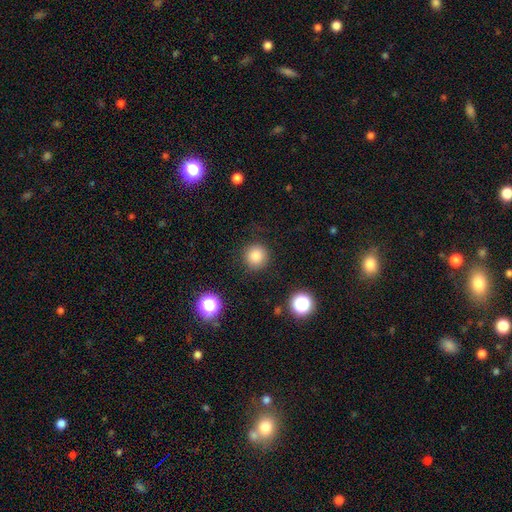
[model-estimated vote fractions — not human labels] smooth 83%, star or artifact 12%, featured or disk 5%. Down the decision tree: how rounded — round (95%); merging — none (89%).